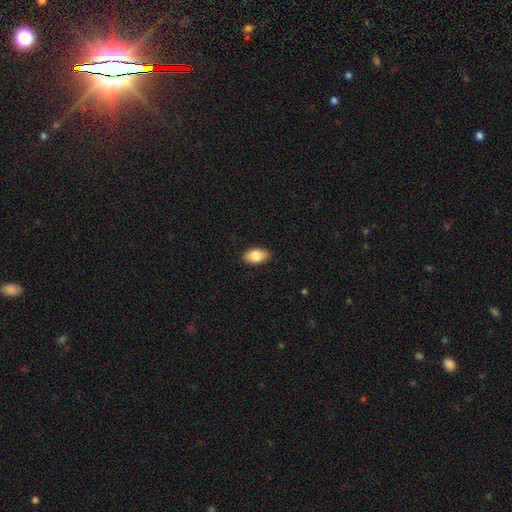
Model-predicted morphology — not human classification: A smooth galaxy with no disk features (83%) that is in between round and cigar-shaped (92%).

Vote fractions:
- Smooth or featured? smooth: 83% / featured or disk: 10% / star or artifact: 7%
- How rounded? in between: 92% / round: 5% / cigar-shaped: 2%
- Merging? none: 88% / minor disturbance: 9% / major disturbance: 2% / merger: 1%